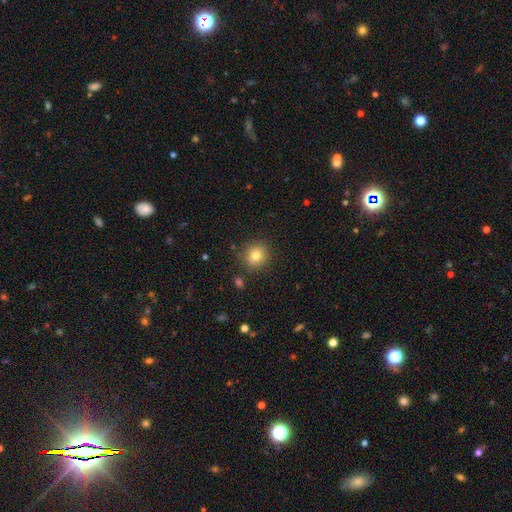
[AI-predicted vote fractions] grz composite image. It shows a smooth galaxy with no disk features (79%) that is round (87%). Merging: none (86%).